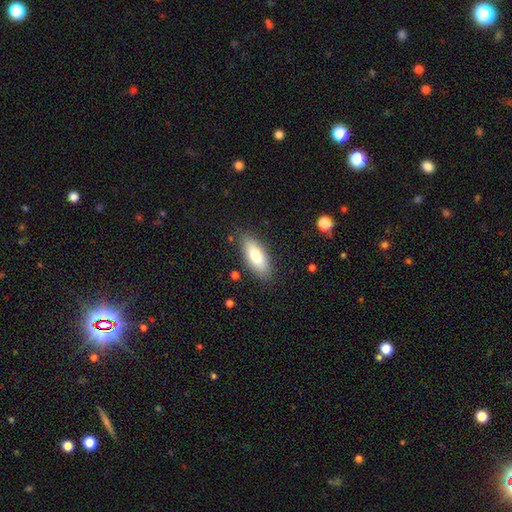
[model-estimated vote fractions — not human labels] A smooth galaxy with no disk features (74%) that is in between round and cigar-shaped (77%).

Vote fractions:
- Smooth or featured? smooth: 74% / featured or disk: 19% / star or artifact: 7%
- How rounded? in between: 77% / cigar-shaped: 20% / round: 2%
- Merging? none: 84% / minor disturbance: 11% / major disturbance: 3% / merger: 2%